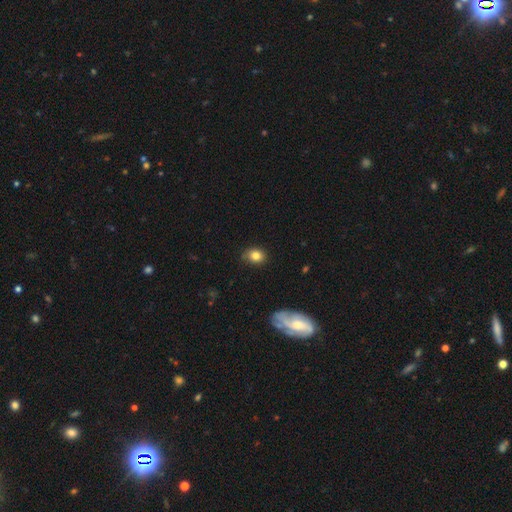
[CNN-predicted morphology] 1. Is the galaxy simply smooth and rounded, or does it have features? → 82% smooth, 10% star or artifact, 8% featured or disk.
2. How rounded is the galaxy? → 53% round, 46% in between, 1% cigar-shaped.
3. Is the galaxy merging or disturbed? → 77% none, 18% minor disturbance, 4% major disturbance, 1% merger.